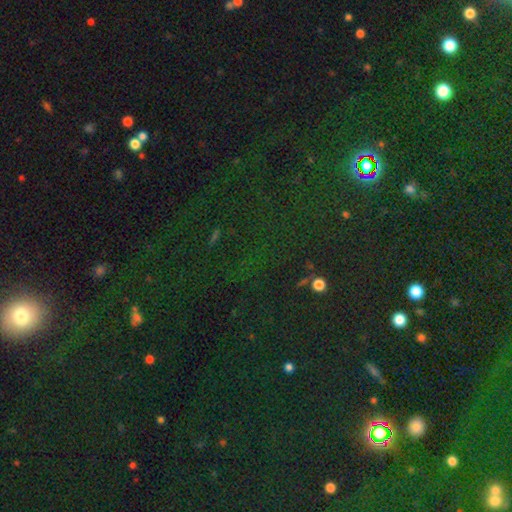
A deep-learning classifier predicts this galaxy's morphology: star or artifact 74%, smooth 18%, featured or disk 8%.